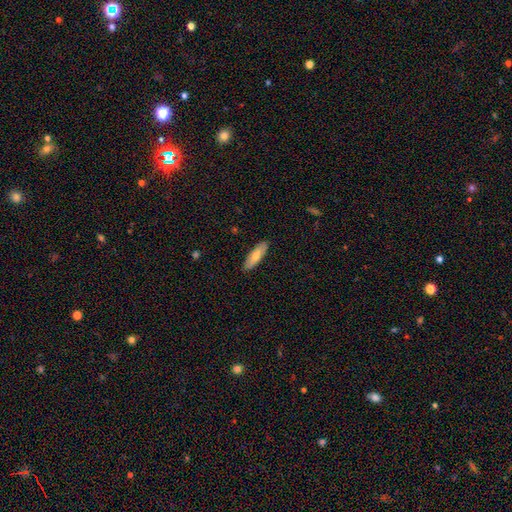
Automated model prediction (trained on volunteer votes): A smooth galaxy with no disk features (67%) that is in between round and cigar-shaped (49%, tied with cigar-shaped).

Vote fractions:
- Smooth or featured? smooth: 67% / featured or disk: 27% / star or artifact: 6%
- How rounded? in between: 49% (tied) / cigar-shaped: 49% (tied) / round: 2%
- Merging? none: 89% / minor disturbance: 9% / major disturbance: 2% / merger: 1%